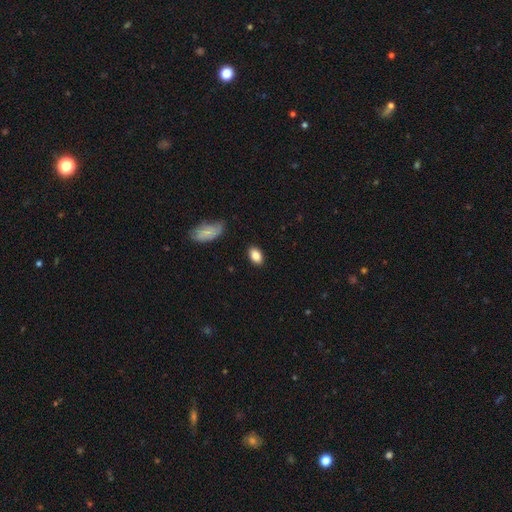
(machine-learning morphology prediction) Q: Smooth or featured?
A: smooth (85%); runner-up: featured or disk (8%)
Q: How rounded?
A: in between (89%); runner-up: round (9%)
Q: Merging?
A: none (85%); runner-up: minor disturbance (11%)